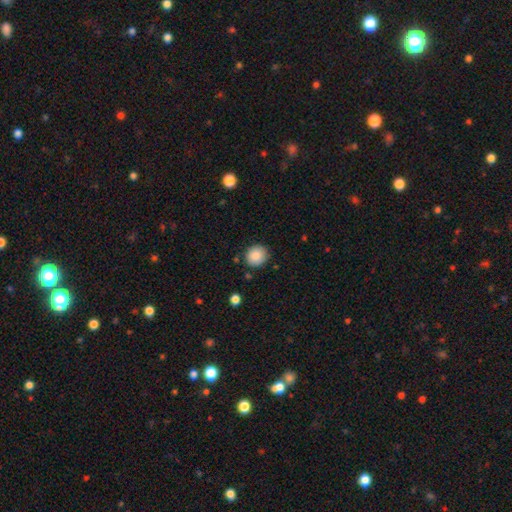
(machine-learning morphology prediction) smooth_or_featured: smooth (p=0.87) [alt: star or artifact p=0.08]
how_rounded: round (p=0.88) [alt: in between p=0.11]
merging: none (p=0.86) [alt: minor disturbance p=0.09]